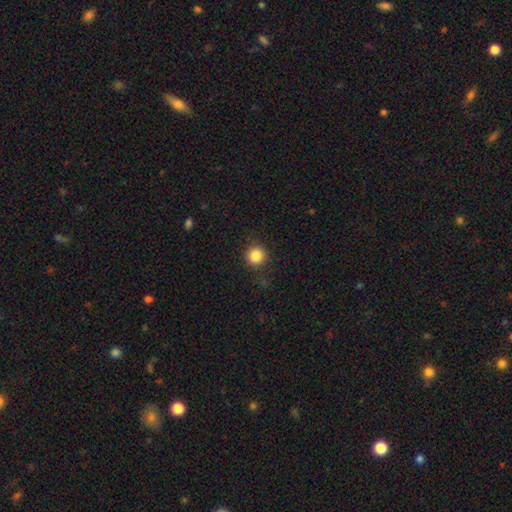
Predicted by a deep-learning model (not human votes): This appears to be a smooth galaxy with no disk features (86%) that is round (94%). Merging: none (87%).